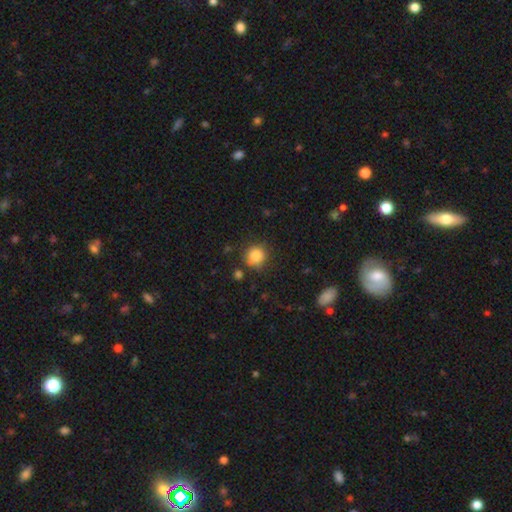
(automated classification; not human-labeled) This is clearly a smooth galaxy (84%). How rounded: clearly round (88%). Merging: likely none (75%).